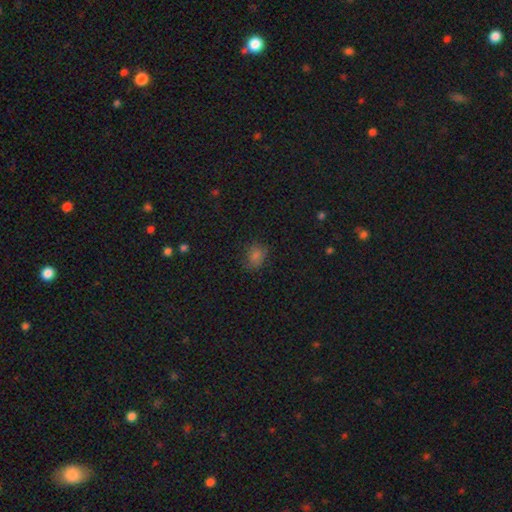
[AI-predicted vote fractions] Smooth or featured? Predicted: smooth (p=0.74). How rounded? Predicted: round (p=0.50). Merging? Predicted: none (p=0.75).